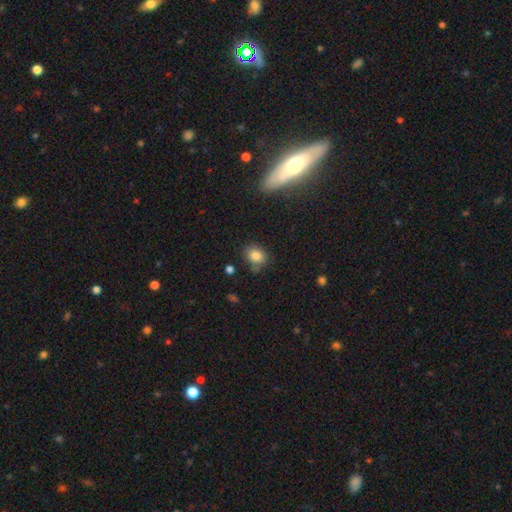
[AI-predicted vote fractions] This appears to be a smooth galaxy with no disk features (83%) that is round (54%). Merging: none (73%).